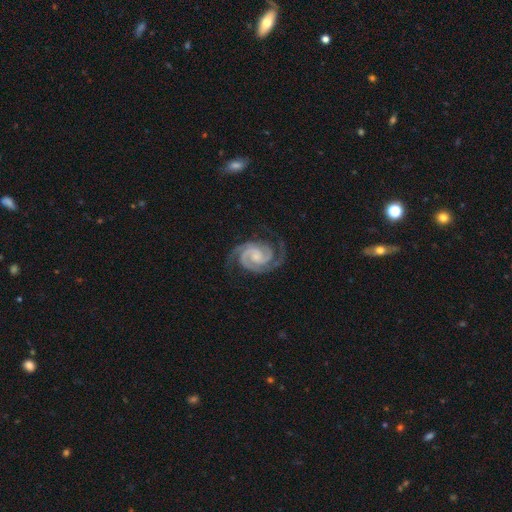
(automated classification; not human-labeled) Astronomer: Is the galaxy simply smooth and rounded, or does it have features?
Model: featured or disk — 93%.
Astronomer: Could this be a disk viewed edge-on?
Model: no — 98%.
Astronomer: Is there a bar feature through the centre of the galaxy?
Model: no — 54% (runner-up: weak, 36%).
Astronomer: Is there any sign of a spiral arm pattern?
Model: yes — 99%.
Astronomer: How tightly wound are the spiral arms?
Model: tight — 61%.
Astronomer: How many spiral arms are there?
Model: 2 — 83%.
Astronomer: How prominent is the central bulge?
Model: small — 53% (runner-up: moderate, 29%).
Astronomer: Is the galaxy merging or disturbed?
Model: none — 76%.